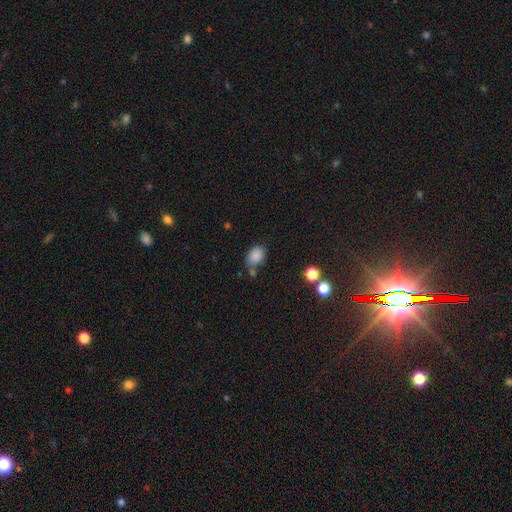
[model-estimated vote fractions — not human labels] The model was most divided on "how rounded": in between: 66%, round: 33%, cigar-shaped: 1%. More confident: smooth or featured — smooth (85%); merging — none (63%).